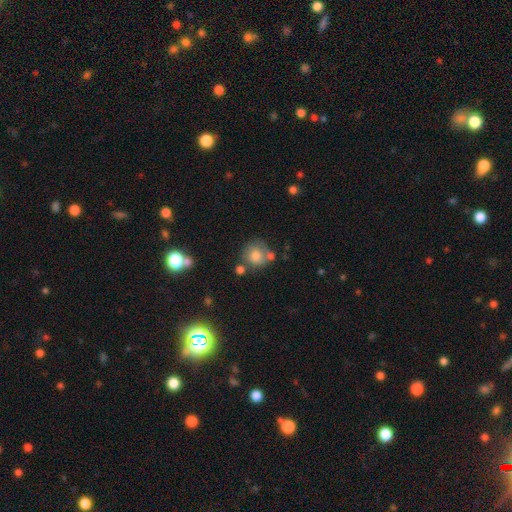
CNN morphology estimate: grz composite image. It shows a smooth galaxy with no disk features (76%) that is round (84%). Merging: none (57%).